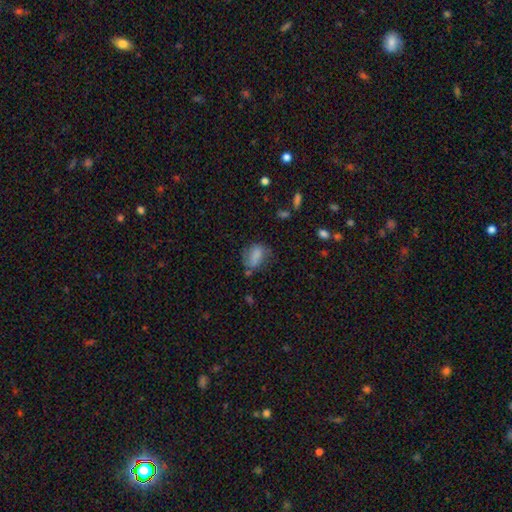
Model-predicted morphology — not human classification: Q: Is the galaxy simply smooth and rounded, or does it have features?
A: smooth — 73%.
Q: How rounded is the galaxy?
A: in between — 74%.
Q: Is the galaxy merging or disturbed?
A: none — 51%.